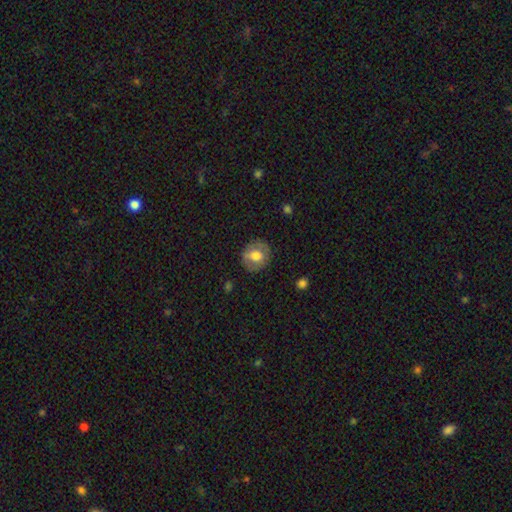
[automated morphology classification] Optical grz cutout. It shows a smooth galaxy with no disk features (63%) that is round (75%). Merging: none (82%).